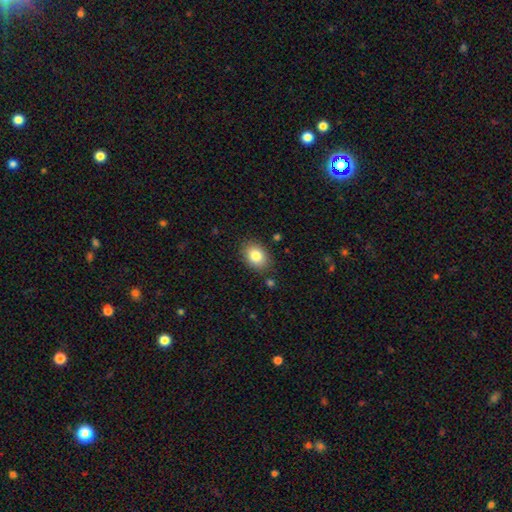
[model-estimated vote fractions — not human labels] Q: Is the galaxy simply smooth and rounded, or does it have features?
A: smooth — 83%.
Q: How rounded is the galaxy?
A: in between — 72%.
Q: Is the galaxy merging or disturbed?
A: none — 85%.